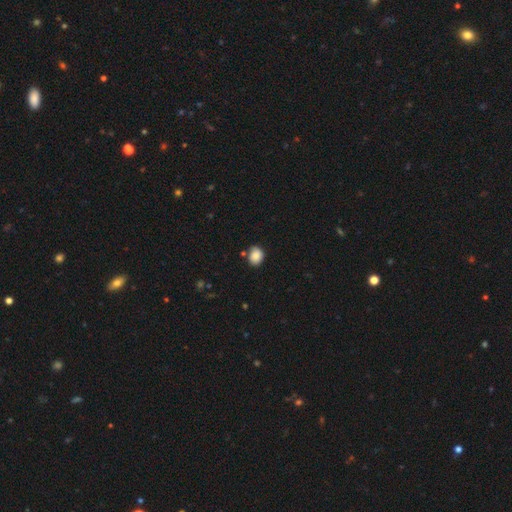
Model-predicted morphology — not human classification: Smooth or featured: smooth — 87% (star or artifact — 8%)
How rounded: round — 55% (in between — 44%)
Merging: none — 75% (minor disturbance — 16%)